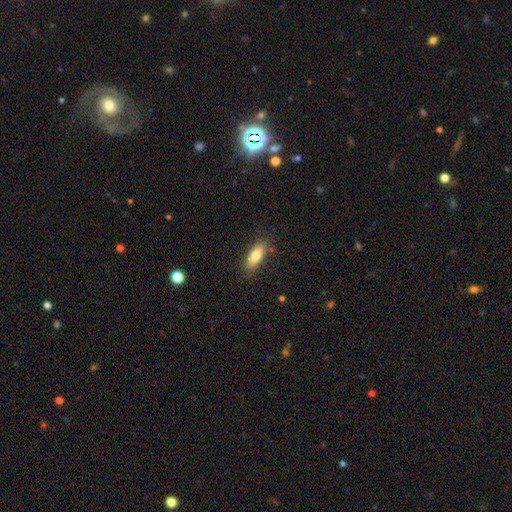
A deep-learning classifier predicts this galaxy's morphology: Smooth or featured?
  - smooth: 77% *
  - featured or disk: 16%
  - star or artifact: 7%
How rounded?
  - in between: 72% *
  - cigar-shaped: 25%
  - round: 2%
Merging?
  - none: 82% *
  - minor disturbance: 13%
  - major disturbance: 3%
  - merger: 2%